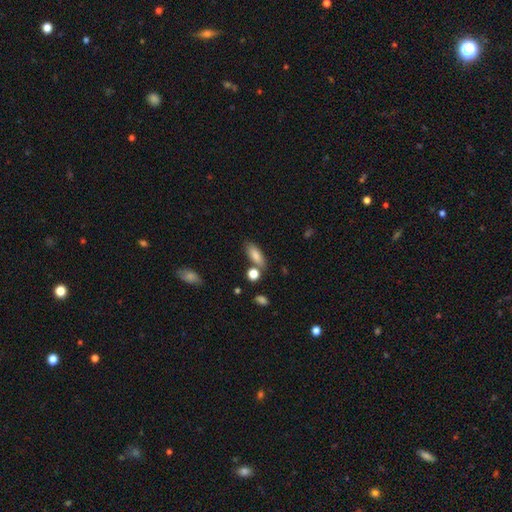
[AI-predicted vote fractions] A smooth galaxy with no disk features (83%) that is in between round and cigar-shaped (74%).

Vote fractions:
- Smooth or featured? smooth: 83% / featured or disk: 9% / star or artifact: 8%
- How rounded? in between: 74% / cigar-shaped: 22% / round: 4%
- Merging? none: 71% / minor disturbance: 14% / merger: 11% / major disturbance: 4%